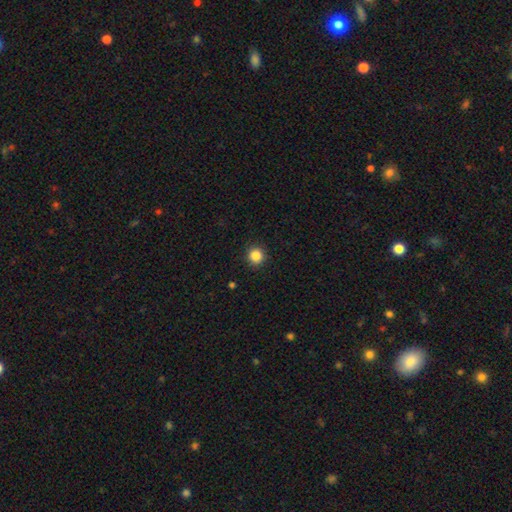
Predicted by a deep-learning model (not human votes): The model was most divided on "smooth or featured": smooth: 86%, star or artifact: 11%, featured or disk: 4%. More confident: how rounded — round (94%); merging — none (92%).